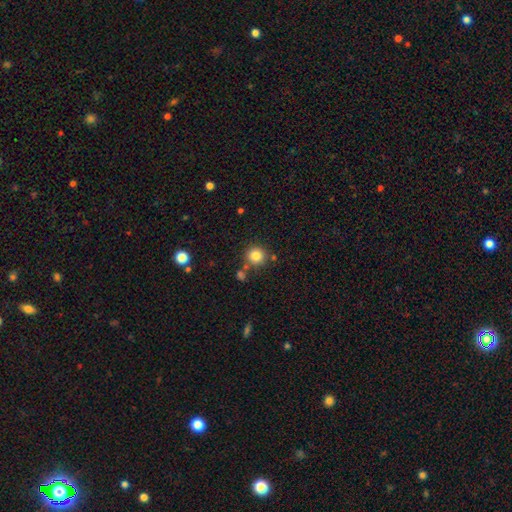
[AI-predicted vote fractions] Morphology: type=smooth (83%); roundness=round (92%); merging=none (80%).